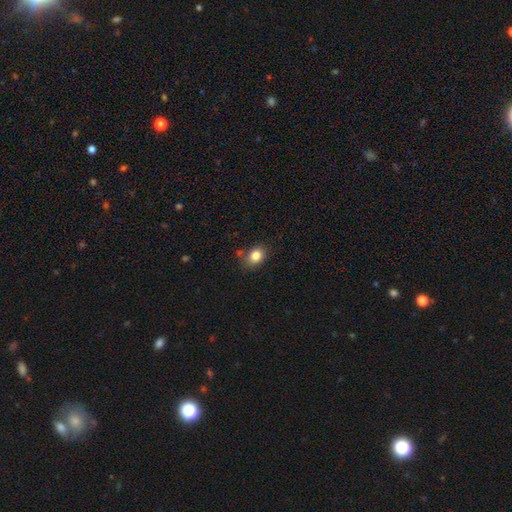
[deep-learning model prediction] A smooth galaxy with no disk features (83%) that is in between round and cigar-shaped (57%).

Vote fractions:
- Smooth or featured? smooth: 83% / star or artifact: 10% / featured or disk: 7%
- How rounded? in between: 57% / round: 42% / cigar-shaped: 1%
- Merging? none: 75% / minor disturbance: 16% / merger: 6% / major disturbance: 4%